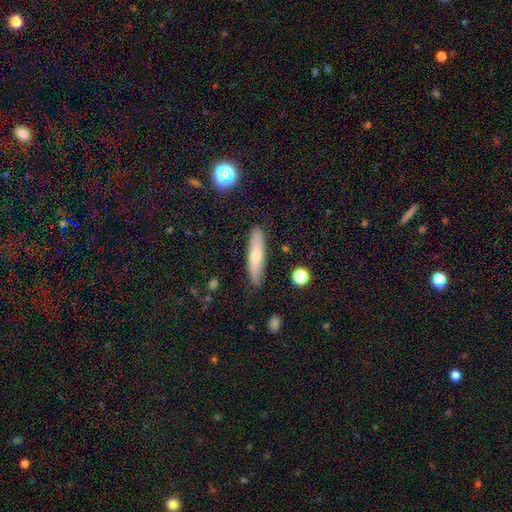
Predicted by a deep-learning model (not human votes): This appears to be a smooth galaxy with no disk features (57%) that is cigar-shaped (81%). Merging: none (87%).